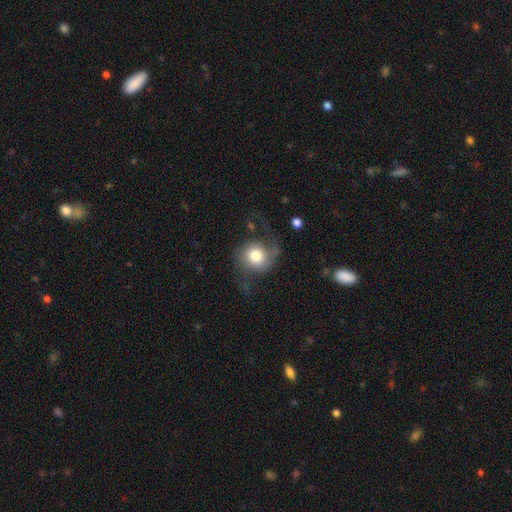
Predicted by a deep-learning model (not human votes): Morphology: type=smooth (48%); merging=none (49%).